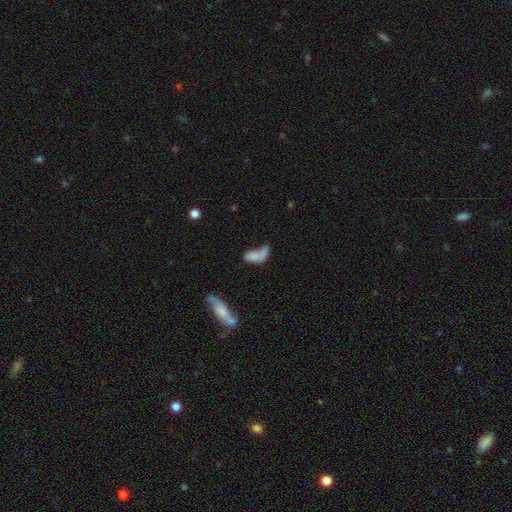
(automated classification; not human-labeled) Morphology: type=smooth (58%); roundness=in between (82%); merging=merger (33%).